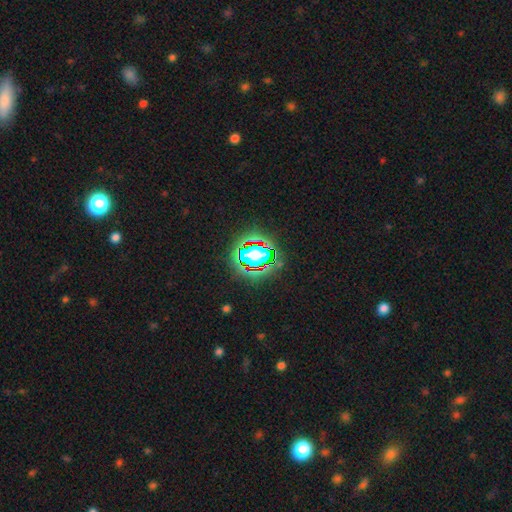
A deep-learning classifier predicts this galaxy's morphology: type=star or artifact (78%).